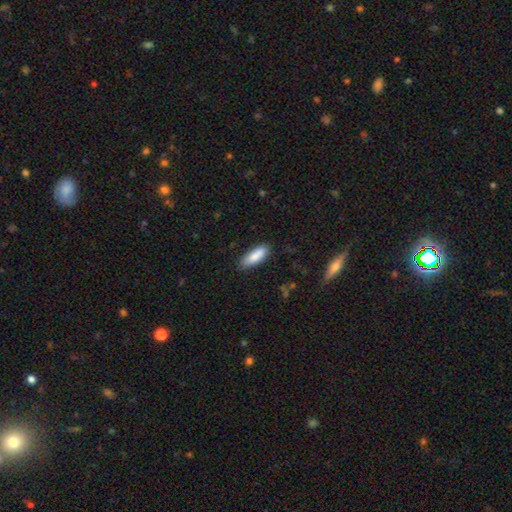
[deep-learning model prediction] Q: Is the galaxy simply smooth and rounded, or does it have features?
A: smooth — 87%.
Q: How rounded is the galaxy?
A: in between — 60%.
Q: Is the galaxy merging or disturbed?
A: none — 82%.